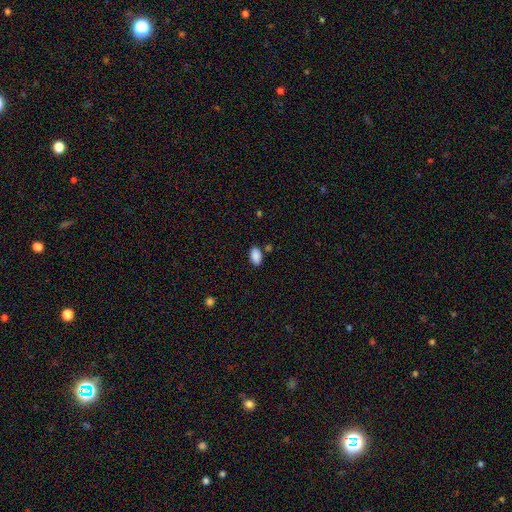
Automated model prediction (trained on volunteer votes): smooth-or-featured: smooth: 89% | star or artifact: 8% | featured or disk: 3%
  how-rounded: in between: 93% | round: 5% | cigar-shaped: 2%
  merging: none: 82% | minor disturbance: 11% | merger: 4% | major disturbance: 3%